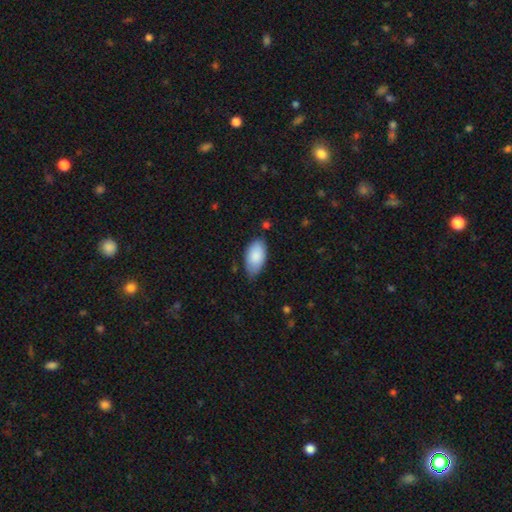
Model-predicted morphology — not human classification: type=smooth (87%); roundness=in between (95%); merging=none (70%).